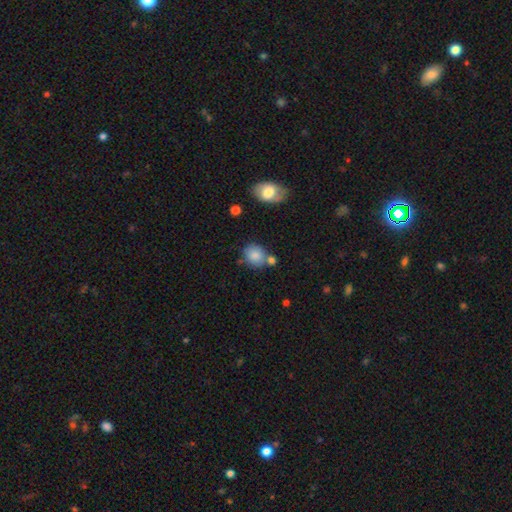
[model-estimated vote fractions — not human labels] Q: Smooth or featured?
A: smooth (84%); runner-up: star or artifact (9%)
Q: How rounded?
A: round (59%); runner-up: in between (40%)
Q: Merging?
A: none (62%); runner-up: merger (18%)